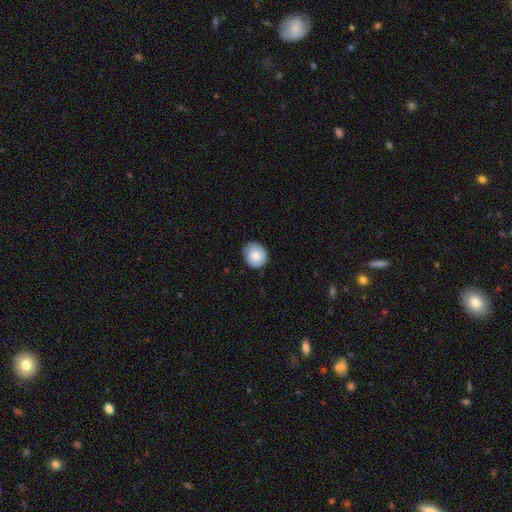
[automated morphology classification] Smooth or featured: smooth — 82% (featured or disk — 10%)
How rounded: round — 80% (in between — 19%)
Merging: none — 74% (minor disturbance — 22%)